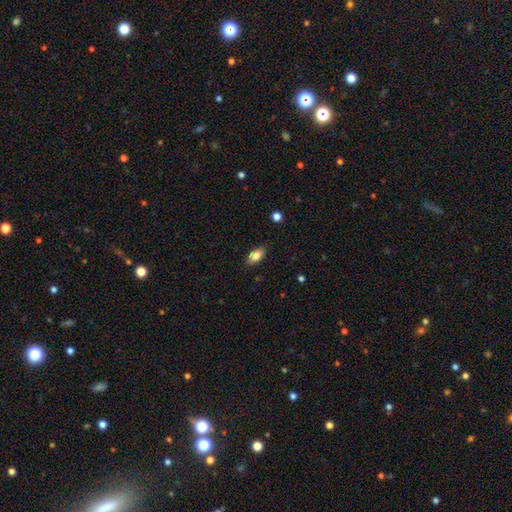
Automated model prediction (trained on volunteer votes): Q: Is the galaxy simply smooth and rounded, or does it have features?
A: smooth — 82%.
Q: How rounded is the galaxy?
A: in between — 90%.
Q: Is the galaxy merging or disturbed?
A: none — 86%.